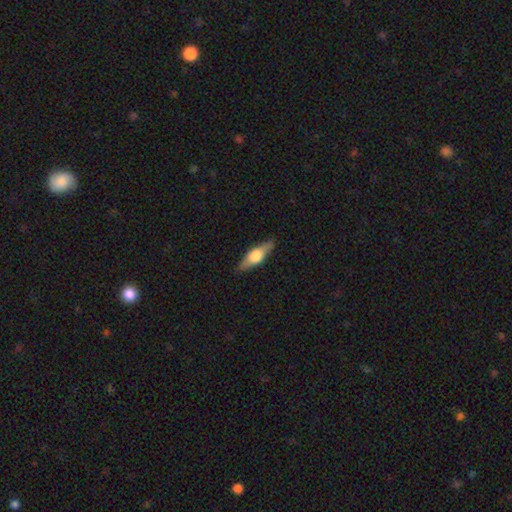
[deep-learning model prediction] A featured or disk galaxy (51%) viewed edge-on (91%). Merging: none (87%).